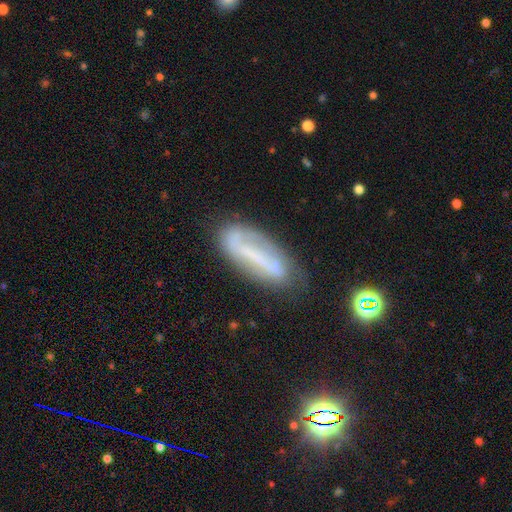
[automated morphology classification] This is possibly a featured or disk galaxy (55%). It is likely not viewed edge-on (73%). Merging: likely none (66%).